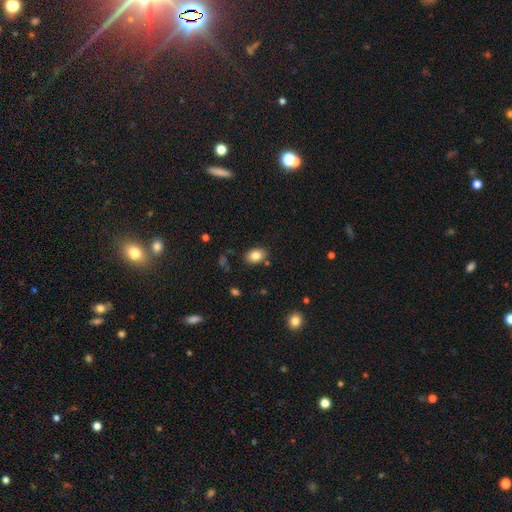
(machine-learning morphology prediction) A smooth galaxy with no disk features (83%) that is in between round and cigar-shaped (79%).

Vote fractions:
- Smooth or featured? smooth: 83% / star or artifact: 9% / featured or disk: 8%
- How rounded? in between: 79% / round: 20% / cigar-shaped: 1%
- Merging? none: 83% / minor disturbance: 12% / merger: 3% / major disturbance: 3%